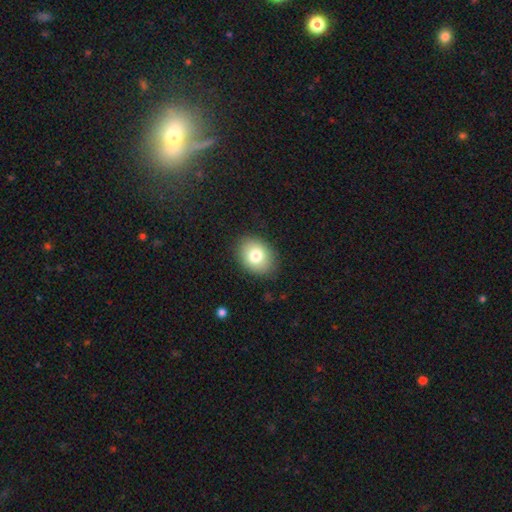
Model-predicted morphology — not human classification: The model was most divided on "how rounded": in between: 64%, round: 35%, cigar-shaped: 1%. More confident: merging — none (87%); smooth or featured — smooth (79%).